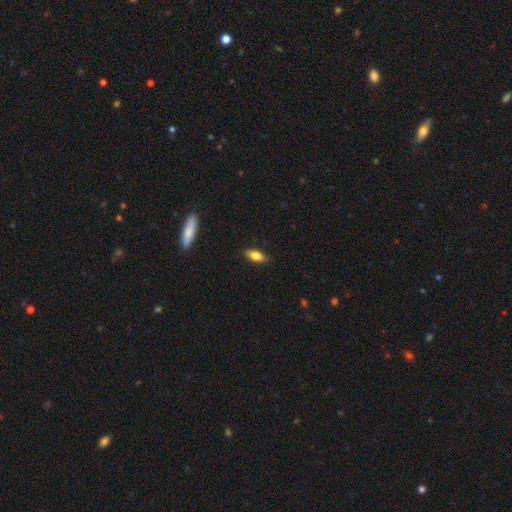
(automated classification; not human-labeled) Q: Smooth or featured?
A: smooth (76%); runner-up: featured or disk (17%)
Q: How rounded?
A: in between (78%); runner-up: cigar-shaped (19%)
Q: Merging?
A: none (86%); runner-up: minor disturbance (11%)